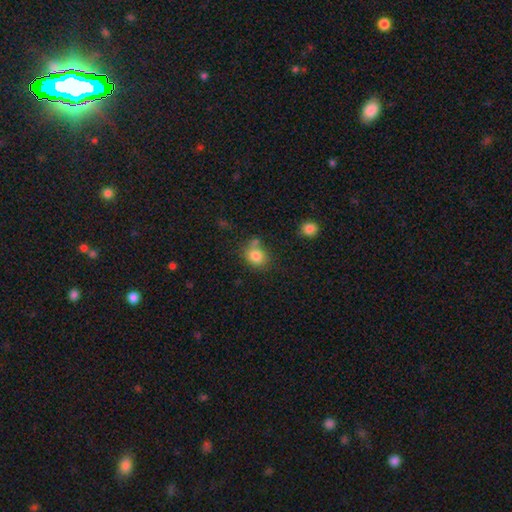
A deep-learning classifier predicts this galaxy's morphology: Smooth or featured?
  - smooth: 82% *
  - star or artifact: 10%
  - featured or disk: 8%
How rounded?
  - round: 59% *
  - in between: 40%
  - cigar-shaped: 1%
Merging?
  - none: 61% *
  - merger: 18%
  - minor disturbance: 16%
  - major disturbance: 5%